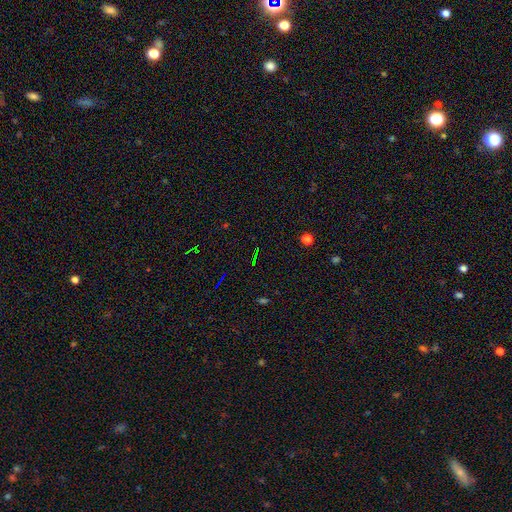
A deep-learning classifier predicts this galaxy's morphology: A star or artifact, not a galaxy (76%).

Vote fractions:
- Smooth or featured? star or artifact: 76% / smooth: 13% / featured or disk: 11%